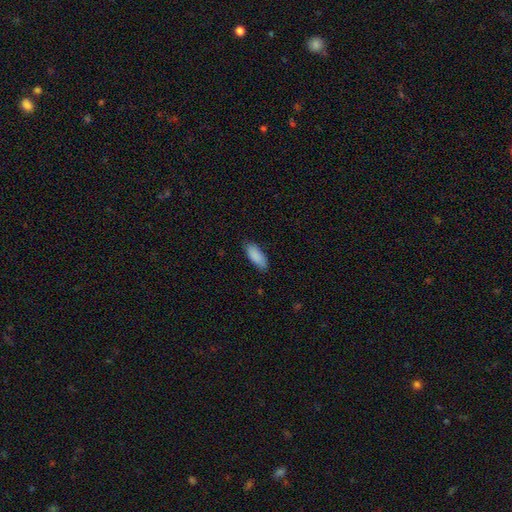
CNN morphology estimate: A smooth galaxy with no disk features (89%) that is in between round and cigar-shaped (79%).

Vote fractions:
- Smooth or featured? smooth: 89% / star or artifact: 6% / featured or disk: 5%
- How rounded? in between: 79% / cigar-shaped: 19% / round: 2%
- Merging? none: 82% / minor disturbance: 14% / major disturbance: 2% / merger: 1%